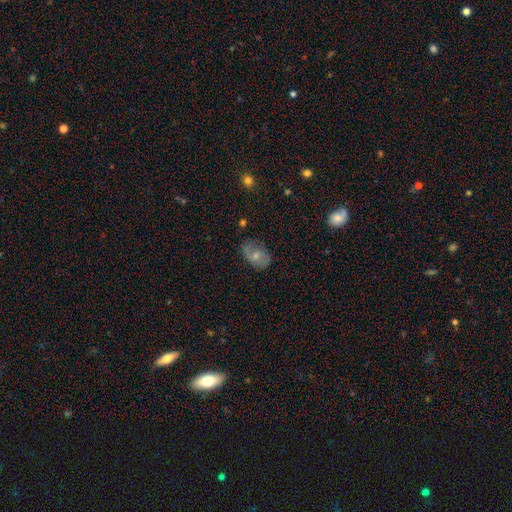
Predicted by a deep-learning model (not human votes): Smooth or featured: smooth — 48% (featured or disk — 43%)
Merging: none — 63% (minor disturbance — 25%)